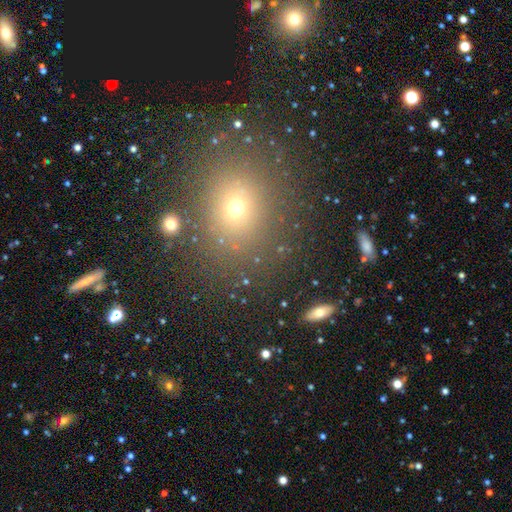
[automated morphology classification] A smooth galaxy with no disk features (57%) that is round (72%). Merging: none (84%).